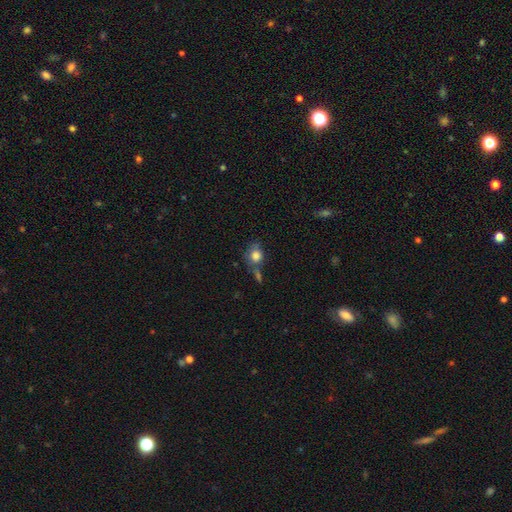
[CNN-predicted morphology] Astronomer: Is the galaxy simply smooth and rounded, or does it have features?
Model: smooth — 79%.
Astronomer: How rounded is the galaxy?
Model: round — 64%.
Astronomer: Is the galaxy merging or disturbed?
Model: none — 50%.